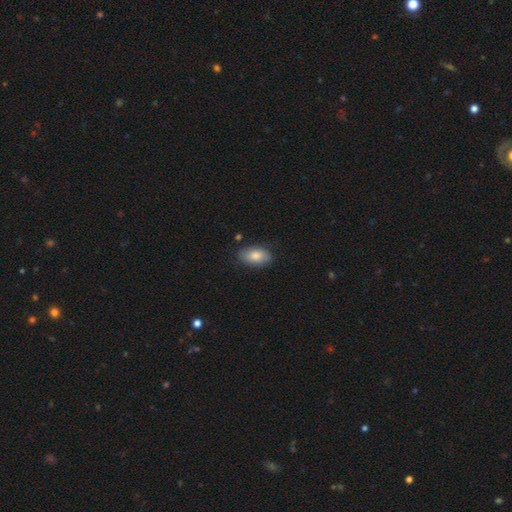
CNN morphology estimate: smooth_or_featured: smooth (p=0.81) [alt: featured or disk p=0.13]
how_rounded: in between (p=0.93) [alt: round p=0.05]
merging: none (p=0.82) [alt: minor disturbance p=0.14]